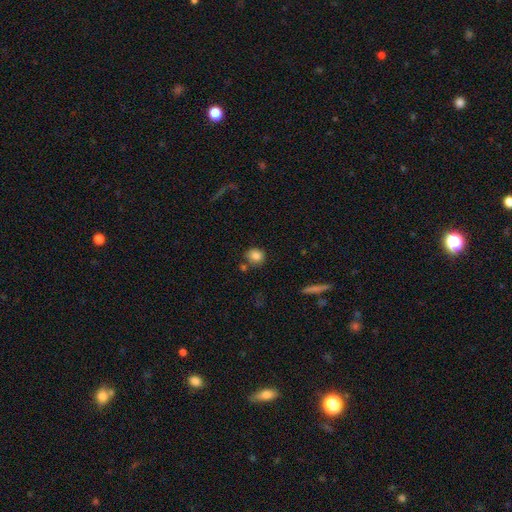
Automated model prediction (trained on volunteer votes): Smooth or featured? Predicted: smooth (p=0.85). How rounded? Predicted: round (p=0.81). Merging? Predicted: none (p=0.74).